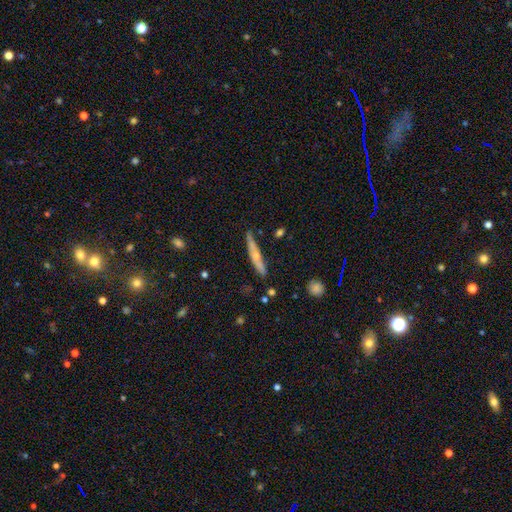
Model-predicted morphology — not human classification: This is possibly a featured or disk galaxy (51%). It is clearly viewed edge-on (92%). Merging: clearly none (81%).